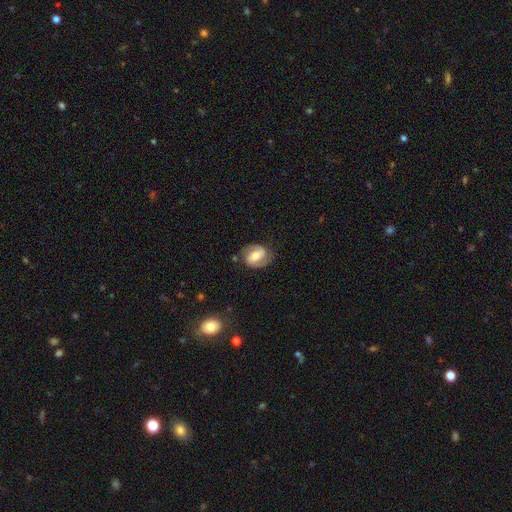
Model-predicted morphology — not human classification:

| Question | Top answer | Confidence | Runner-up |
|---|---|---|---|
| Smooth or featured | featured or disk | 61% | smooth (32%) |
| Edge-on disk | no | 97% | yes (3%) |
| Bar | weak | 41% | strong (34%) |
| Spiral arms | yes | 86% | no (14%) |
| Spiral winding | medium | 45% | tight (35%) |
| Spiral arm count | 2 | 82% | can't tell (8%) |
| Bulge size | moderate | 56% | small (27%) |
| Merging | none | 70% | minor disturbance (20%) |